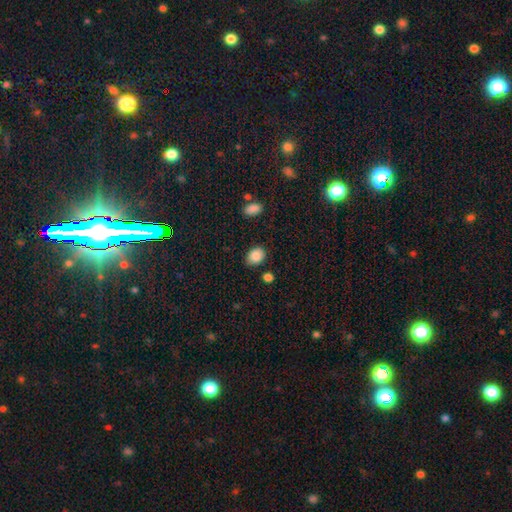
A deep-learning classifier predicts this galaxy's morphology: smooth_or_featured: smooth (p=0.88) [alt: star or artifact p=0.08]
how_rounded: in between (p=0.65) [alt: round p=0.34]
merging: none (p=0.77) [alt: minor disturbance p=0.16]